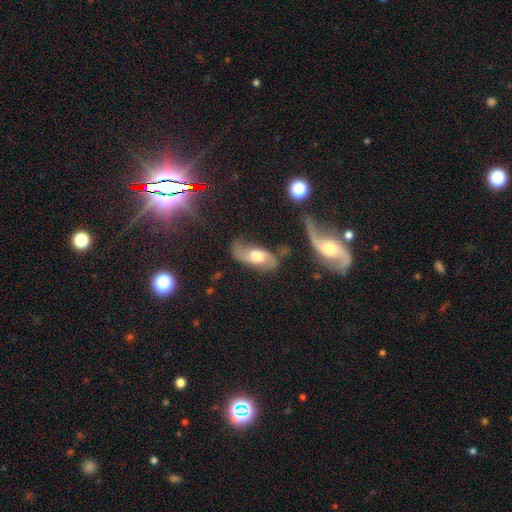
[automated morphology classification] Q: Smooth or featured?
A: featured or disk (70%); runner-up: smooth (24%)
Q: Edge-on disk?
A: no (88%); runner-up: yes (12%)
Q: Bar?
A: no (50%); runner-up: weak (40%)
Q: Spiral arms?
A: yes (89%); runner-up: no (11%)
Q: Spiral winding?
A: loose (56%); runner-up: medium (34%)
Q: Spiral arm count?
A: 2 (89%); runner-up: can't tell (5%)
Q: Bulge size?
A: large (45%); runner-up: moderate (41%)
Q: Merging?
A: none (60%); runner-up: minor disturbance (21%)